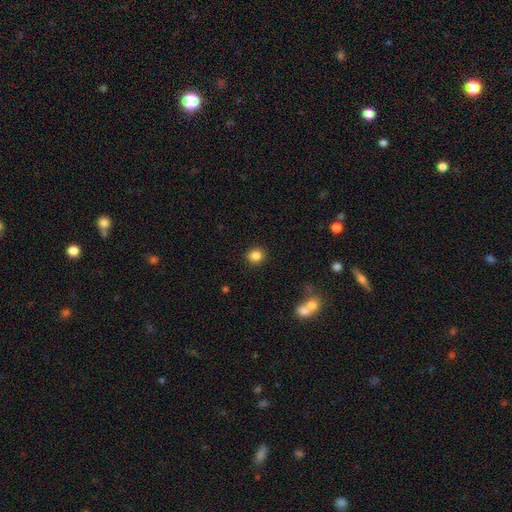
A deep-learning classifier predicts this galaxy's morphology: Smooth or featured? Predicted: smooth (p=0.85). How rounded? Predicted: round (p=0.86). Merging? Predicted: none (p=0.91).